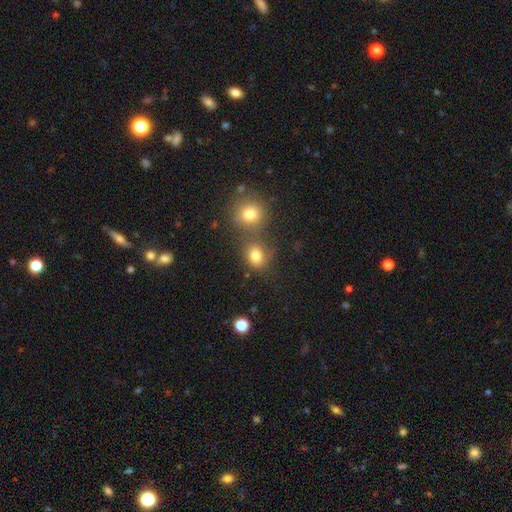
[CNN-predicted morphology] smooth 78%, star or artifact 14%, featured or disk 7%. Down the decision tree: how rounded — round (67%); merging — none (51%).